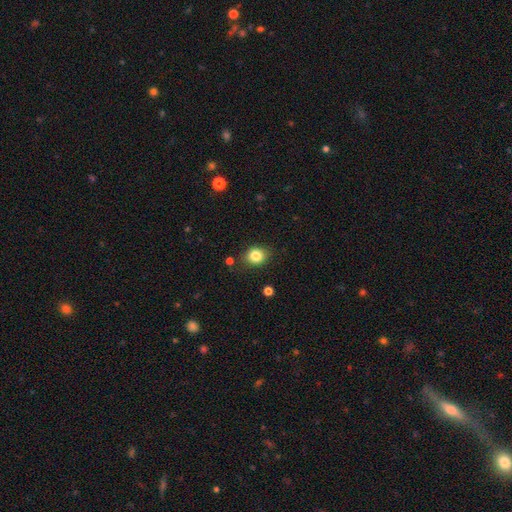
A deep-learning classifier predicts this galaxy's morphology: smooth_or_featured: smooth (p=0.83) [alt: star or artifact p=0.11]
how_rounded: round (p=0.64) [alt: in between p=0.35]
merging: none (p=0.83) [alt: minor disturbance p=0.12]